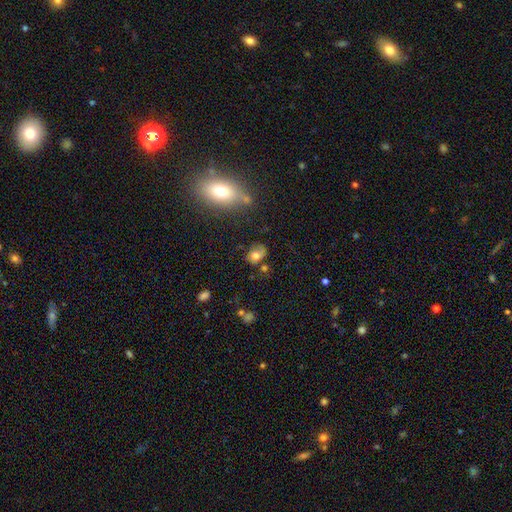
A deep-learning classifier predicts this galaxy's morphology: Smooth or featured? smooth (68%)
How rounded? in between (71%)
Merging? none (56%)